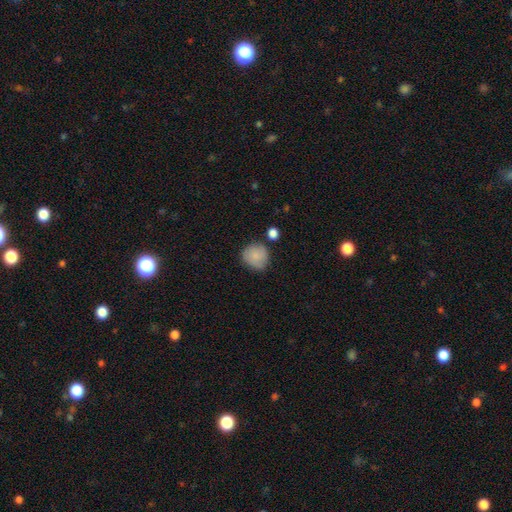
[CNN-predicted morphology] This appears to be a smooth galaxy with no disk features (83%) that is round (86%). Merging: none (69%).